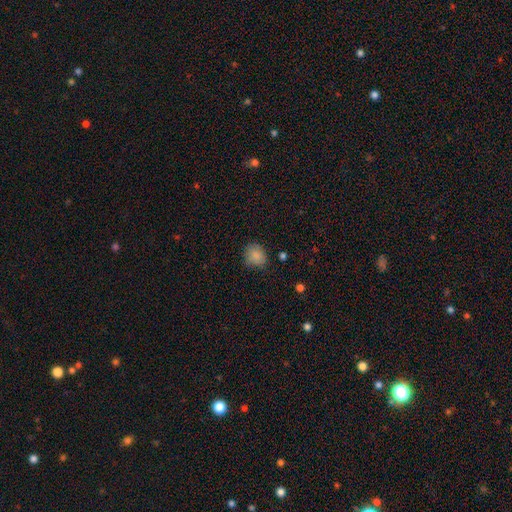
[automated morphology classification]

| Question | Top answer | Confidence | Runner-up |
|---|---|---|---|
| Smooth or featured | smooth | 86% | star or artifact (10%) |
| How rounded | round | 75% | in between (24%) |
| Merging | none | 79% | minor disturbance (16%) |